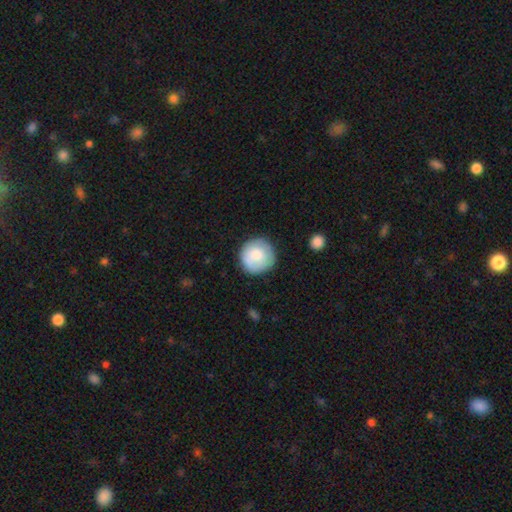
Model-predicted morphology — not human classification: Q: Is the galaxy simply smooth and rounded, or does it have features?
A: smooth — 78%.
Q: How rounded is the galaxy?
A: round — 95%.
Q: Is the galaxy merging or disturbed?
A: none — 84%.